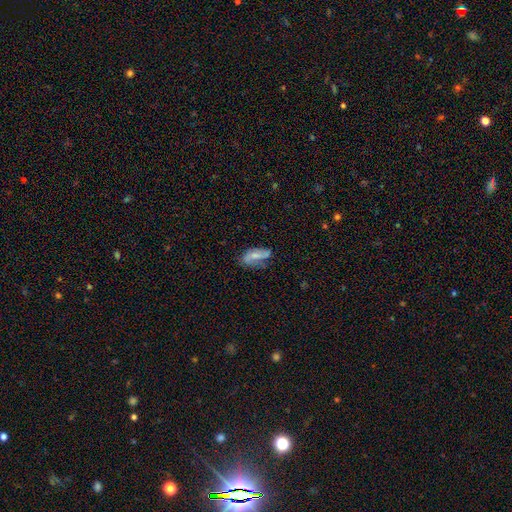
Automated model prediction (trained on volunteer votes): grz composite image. It shows a featured or disk galaxy (49%). Merging: none (52%).